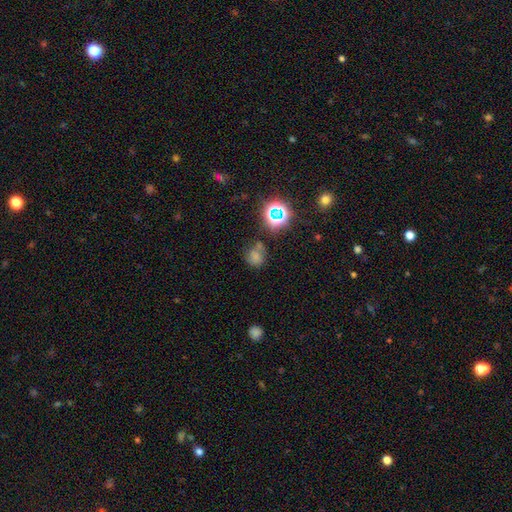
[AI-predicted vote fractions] Smooth or featured: smooth — 64% (star or artifact — 25%)
How rounded: round — 75% (in between — 24%)
Merging: none — 51% (merger — 22%)